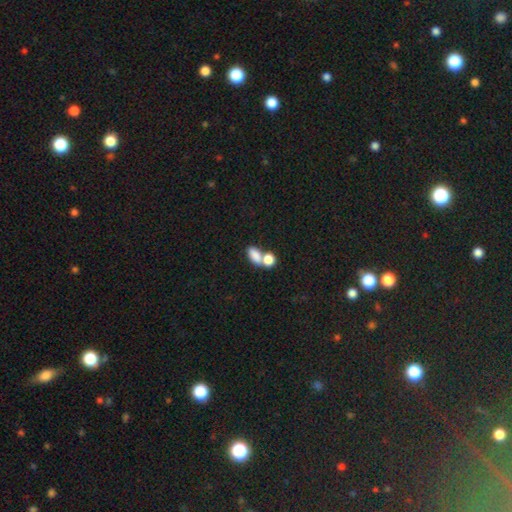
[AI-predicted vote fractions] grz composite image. It shows a smooth galaxy with no disk features (82%) that is in between round and cigar-shaped (83%). Merging: merger (54%).